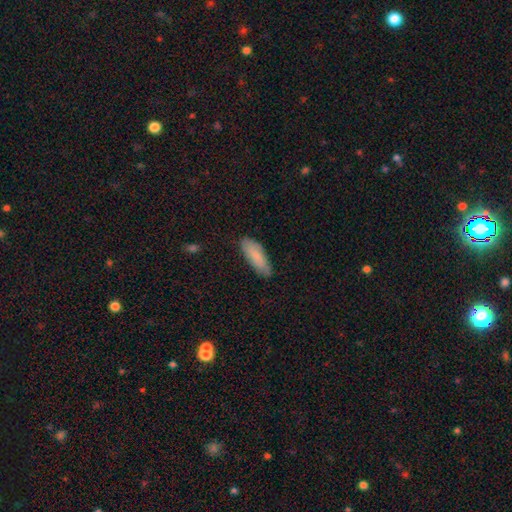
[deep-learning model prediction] smooth 82%, featured or disk 12%, star or artifact 6%. Down the decision tree: how rounded — in between (65%); merging — none (82%).